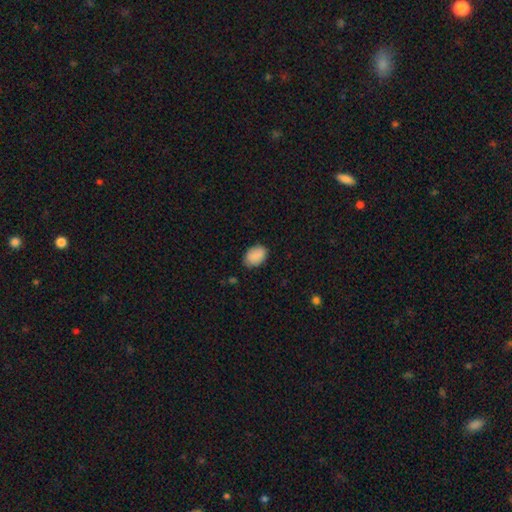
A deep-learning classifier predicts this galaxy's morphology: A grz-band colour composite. It shows a smooth galaxy with no disk features (89%) that is in between round and cigar-shaped (84%). Merging: none (82%).